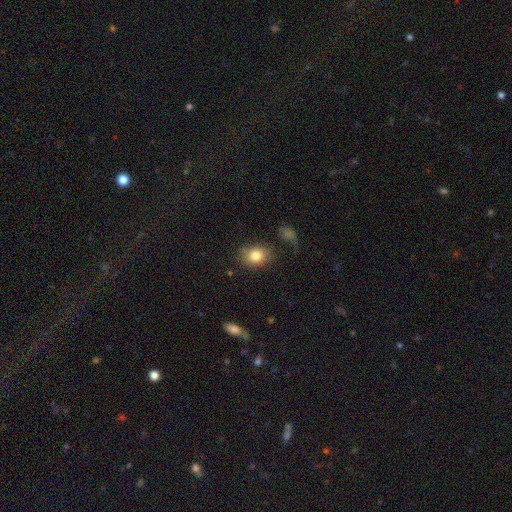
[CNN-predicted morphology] Smooth or featured? Predicted: smooth (p=0.82). How rounded? Predicted: in between (p=0.62). Merging? Predicted: none (p=0.73).